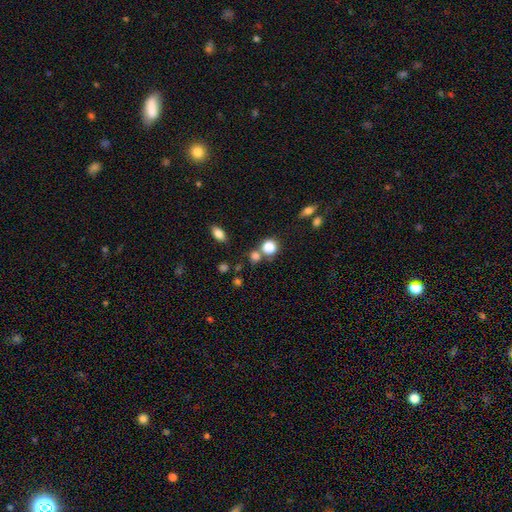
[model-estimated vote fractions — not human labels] This is marginally a smooth galaxy (44%). Merging: likely none (64%).